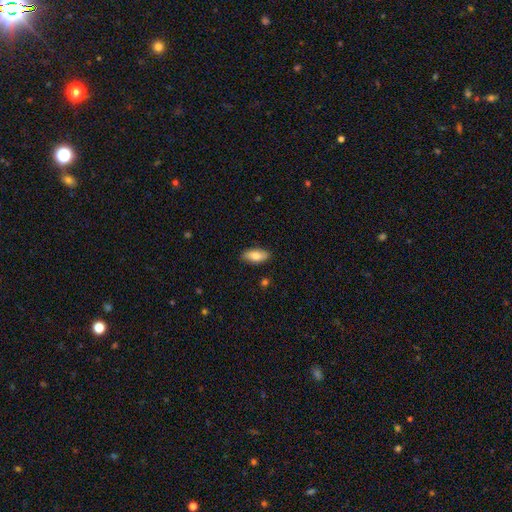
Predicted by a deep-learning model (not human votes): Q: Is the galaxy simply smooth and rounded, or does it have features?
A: smooth — 80%.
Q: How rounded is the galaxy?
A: in between — 86%.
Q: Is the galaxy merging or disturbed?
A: none — 86%.